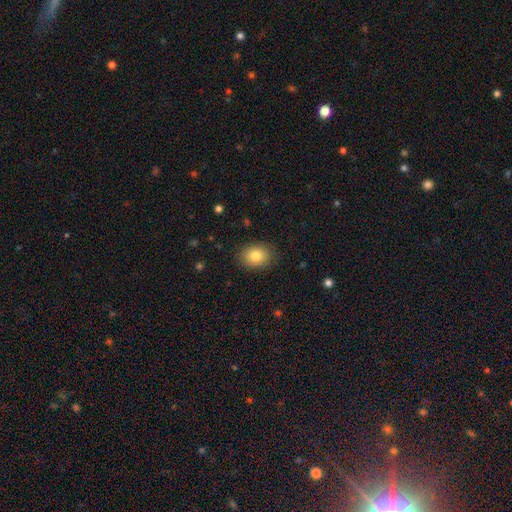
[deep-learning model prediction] A smooth galaxy with no disk features (81%) that is in between round and cigar-shaped (58%). Merging: none (86%).